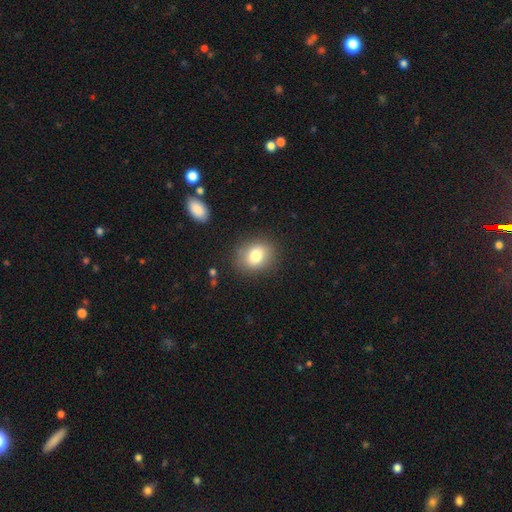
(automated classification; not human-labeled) Q: Smooth or featured?
A: smooth (79%); runner-up: featured or disk (11%)
Q: How rounded?
A: round (53%); runner-up: in between (46%)
Q: Merging?
A: none (84%); runner-up: minor disturbance (11%)